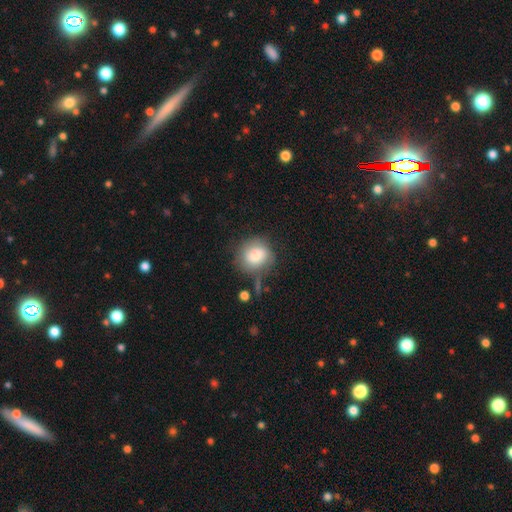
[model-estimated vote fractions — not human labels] This is likely a smooth galaxy (79%). How rounded: likely round (76%). Merging: likely none (60%).